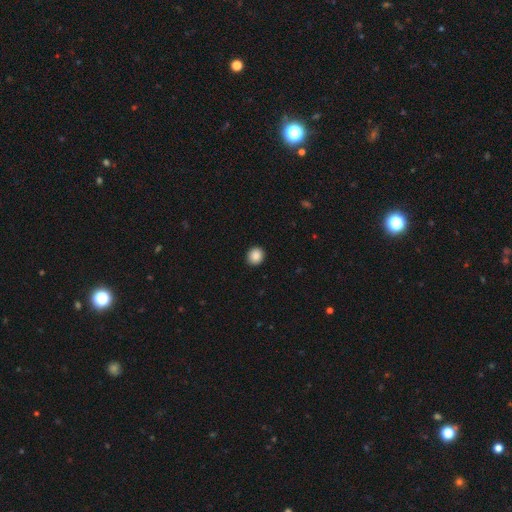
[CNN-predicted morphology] Smooth or featured? Predicted: smooth (p=0.89). How rounded? Predicted: round (p=0.81). Merging? Predicted: none (p=0.92).